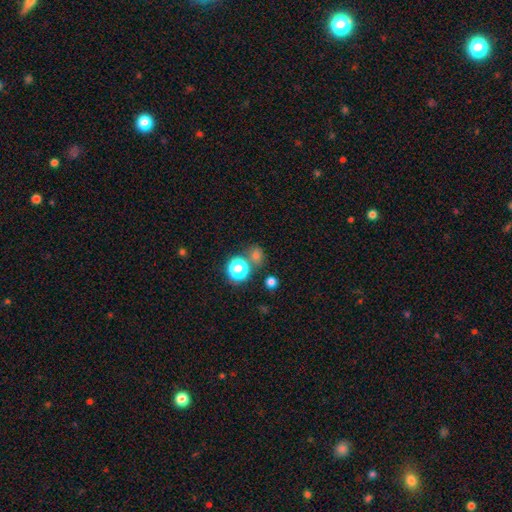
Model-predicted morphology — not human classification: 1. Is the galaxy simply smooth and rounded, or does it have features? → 64% smooth, 28% star or artifact, 7% featured or disk.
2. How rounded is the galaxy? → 73% round, 25% in between, 1% cigar-shaped.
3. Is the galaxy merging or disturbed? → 65% none, 20% merger, 10% minor disturbance, 5% major disturbance.